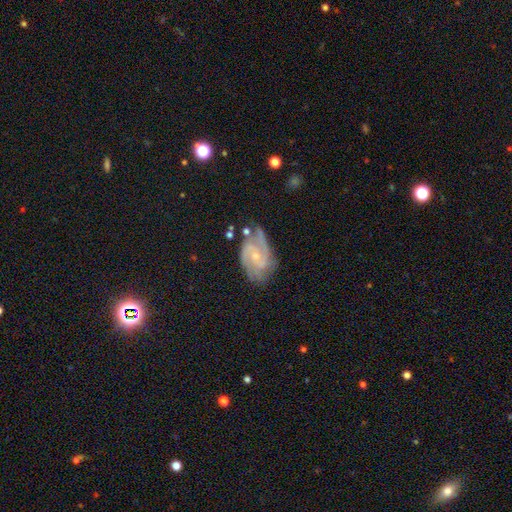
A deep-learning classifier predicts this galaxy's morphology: This is clearly a featured or disk galaxy (85%). It is clearly not viewed edge-on (97%). Bar: possibly no (50%). Spiral arm pattern: clearly yes (96%). Spiral arm count: possibly 2 (55%). Spiral winding: possibly medium (46%). Central bulge: likely small (68%). Merging: likely none (60%).